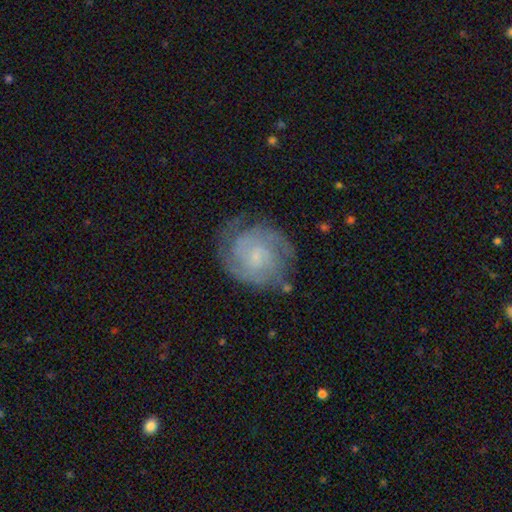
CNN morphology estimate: Q: Smooth or featured?
A: featured or disk (78%); runner-up: smooth (15%)
Q: Edge-on disk?
A: no (98%); runner-up: yes (2%)
Q: Bar?
A: no (58%); runner-up: weak (37%)
Q: Spiral arms?
A: yes (94%); runner-up: no (6%)
Q: Spiral winding?
A: tight (62%); runner-up: medium (31%)
Q: Spiral arm count?
A: 2 (38%); runner-up: can't tell (27%)
Q: Bulge size?
A: small (55%); runner-up: moderate (22%)
Q: Merging?
A: none (72%); runner-up: minor disturbance (18%)